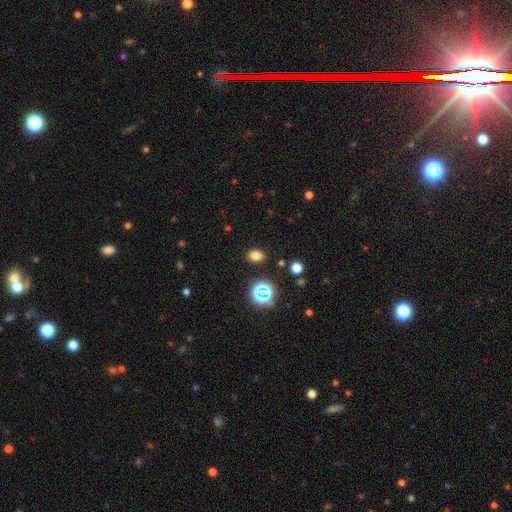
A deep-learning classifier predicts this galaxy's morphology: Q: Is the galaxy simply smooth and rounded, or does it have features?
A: smooth — 74%.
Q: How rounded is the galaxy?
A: in between — 75%.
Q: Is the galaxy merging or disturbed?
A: none — 87%.